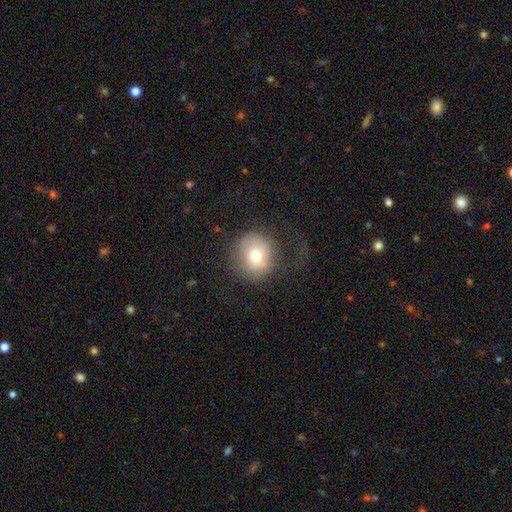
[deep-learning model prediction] smooth-or-featured: smooth: 67% | featured or disk: 22% | star or artifact: 11%
  how-rounded: round: 85% | in between: 14% | cigar-shaped: 1%
  merging: none: 54% | major disturbance: 26% | minor disturbance: 18% | merger: 1%